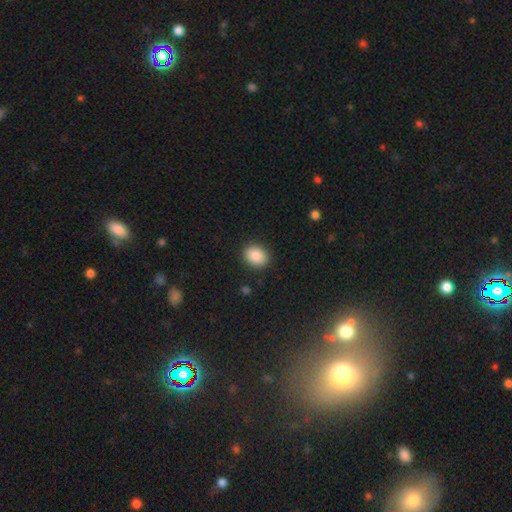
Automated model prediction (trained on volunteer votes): Smooth or featured? smooth (88%)
How rounded? in between (53%)
Merging? none (89%)